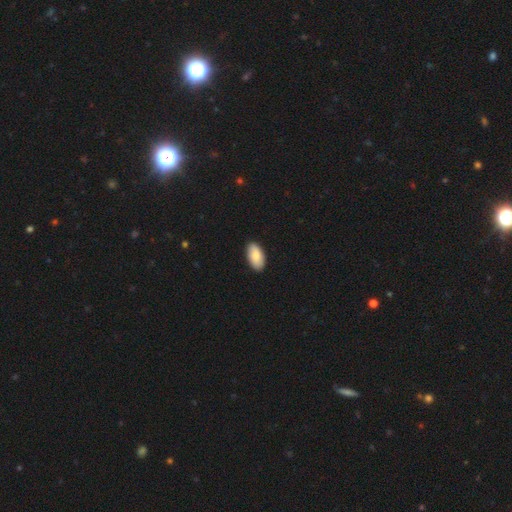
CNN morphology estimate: smooth_or_featured: smooth (p=0.85) [alt: featured or disk p=0.10]
how_rounded: in between (p=0.95) [alt: round p=0.02]
merging: none (p=0.90) [alt: minor disturbance p=0.08]